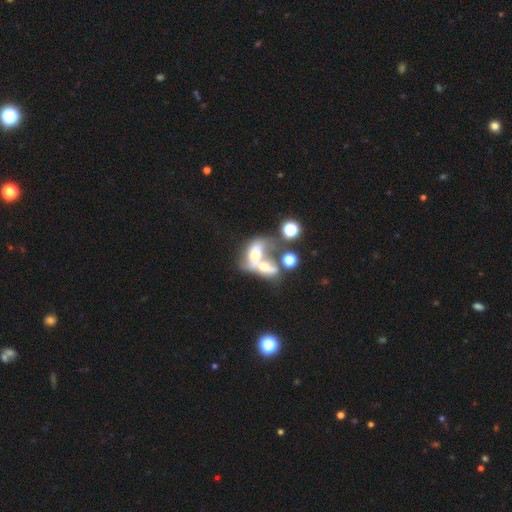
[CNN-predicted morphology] type=featured or disk (45%); merging=merger (72%).